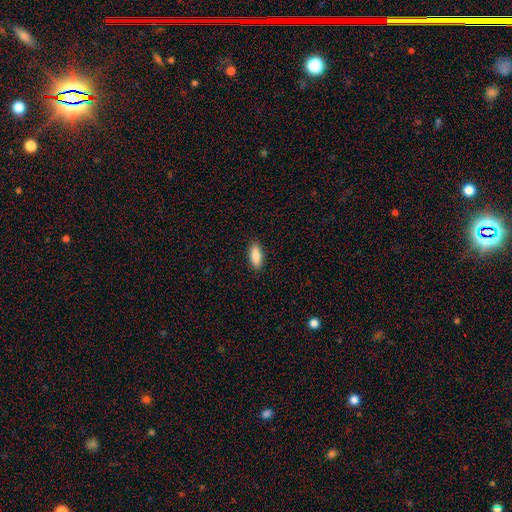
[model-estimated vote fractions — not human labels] Morphology: type=smooth (89%); roundness=in between (78%); merging=none (90%).